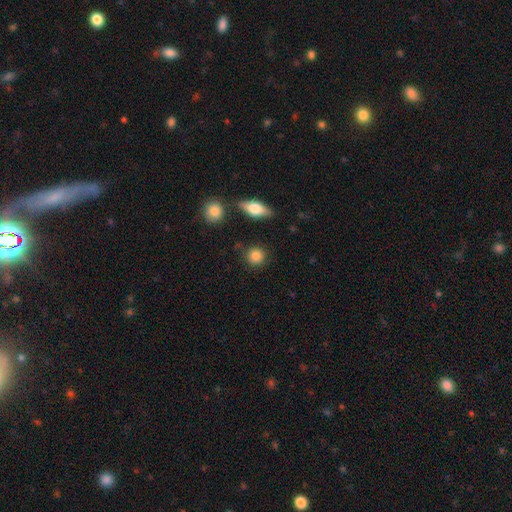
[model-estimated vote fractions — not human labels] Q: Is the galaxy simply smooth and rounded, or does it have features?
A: smooth — 86%.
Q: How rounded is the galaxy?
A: round — 88%.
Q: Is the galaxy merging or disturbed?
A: none — 87%.